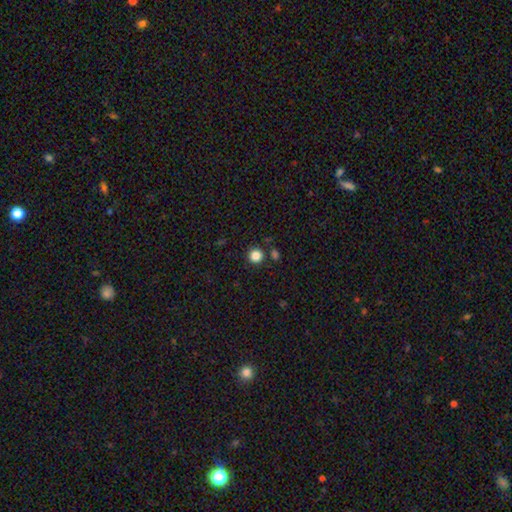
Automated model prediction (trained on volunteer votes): A smooth galaxy with no disk features (85%) that is round (94%).

Vote fractions:
- Smooth or featured? smooth: 85% / star or artifact: 12% / featured or disk: 4%
- How rounded? round: 94% / in between: 5% / cigar-shaped: 1%
- Merging? none: 87% / minor disturbance: 6% / merger: 5% / major disturbance: 2%